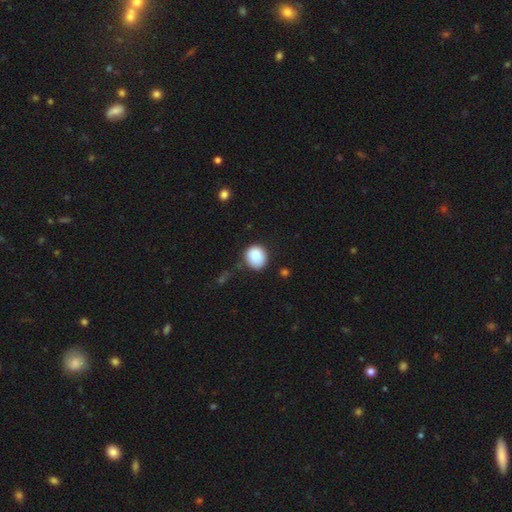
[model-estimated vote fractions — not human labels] Smooth or featured: smooth — 87% (star or artifact — 8%)
How rounded: round — 80% (in between — 20%)
Merging: none — 72% (minor disturbance — 20%)